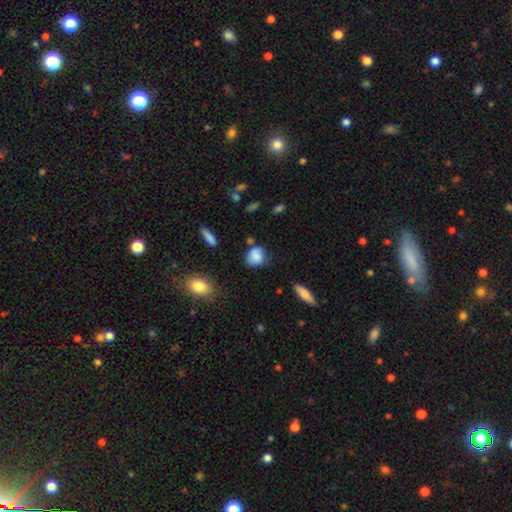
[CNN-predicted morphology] Smooth or featured? Predicted: smooth (p=0.82). How rounded? Predicted: round (p=0.49, tied with in between). Merging? Predicted: none (p=0.55).